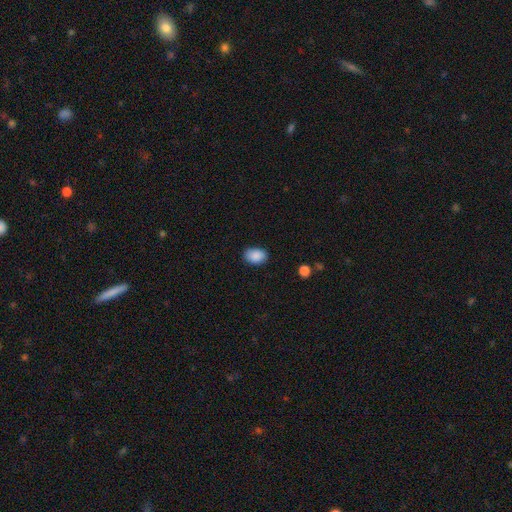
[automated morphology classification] Smooth or featured: smooth — 89% (star or artifact — 7%)
How rounded: in between — 81% (round — 18%)
Merging: none — 85% (minor disturbance — 11%)